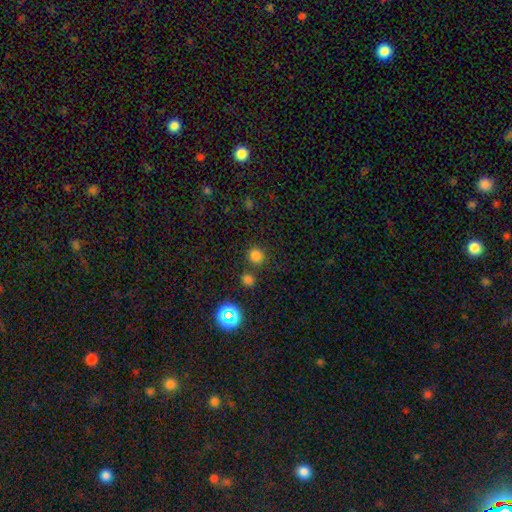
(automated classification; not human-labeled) smooth-or-featured: smooth: 76% | star or artifact: 19% | featured or disk: 5%
  how-rounded: round: 87% | in between: 12% | cigar-shaped: 1%
  merging: none: 78% | merger: 11% | minor disturbance: 8% | major disturbance: 3%